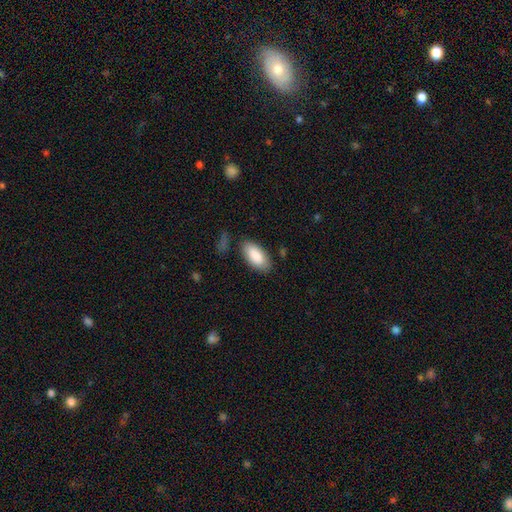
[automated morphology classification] A smooth galaxy with no disk features (87%) that is in between round and cigar-shaped (92%).

Vote fractions:
- Smooth or featured? smooth: 87% / featured or disk: 7% / star or artifact: 6%
- How rounded? in between: 92% / cigar-shaped: 6% / round: 2%
- Merging? none: 82% / minor disturbance: 13% / major disturbance: 3% / merger: 2%